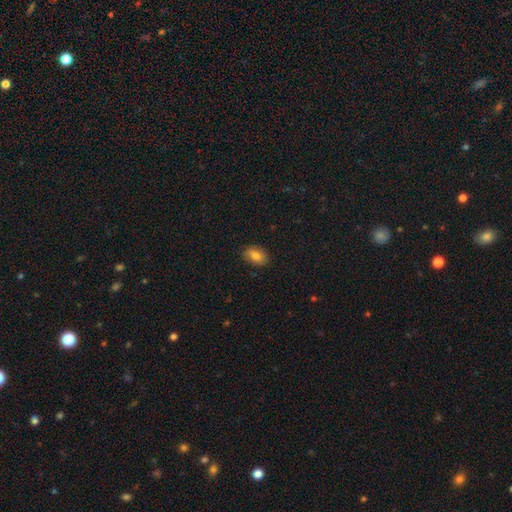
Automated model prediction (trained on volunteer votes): This is likely a smooth galaxy (79%). How rounded: clearly in between (86%). Merging: clearly none (84%).